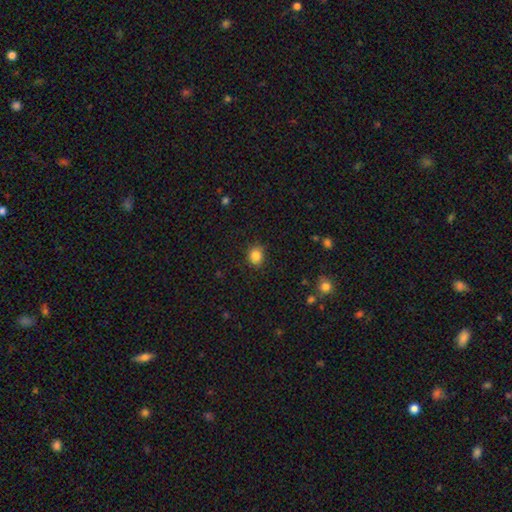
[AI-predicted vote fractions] Overall: smooth (84%). How rounded: round (70%). Merging: none (86%).